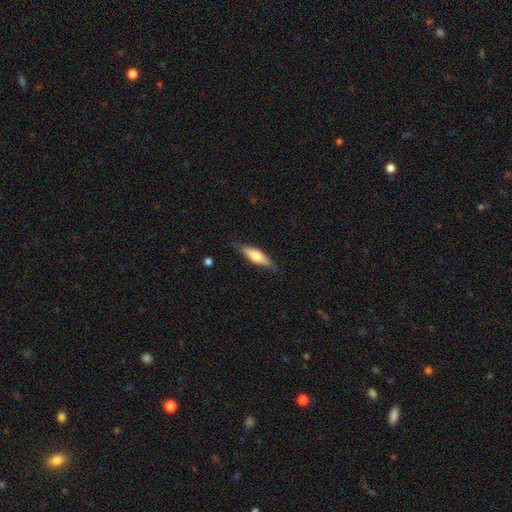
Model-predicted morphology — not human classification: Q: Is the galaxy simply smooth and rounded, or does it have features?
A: smooth — 62%.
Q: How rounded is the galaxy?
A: cigar-shaped — 54%.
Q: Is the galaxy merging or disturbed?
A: none — 80%.